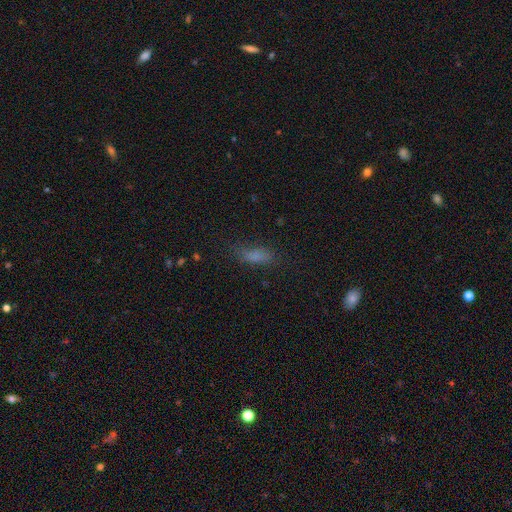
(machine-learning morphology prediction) smooth_or_featured: smooth (p=0.75) [alt: star or artifact p=0.14]
how_rounded: in between (p=0.61) [alt: cigar-shaped p=0.35]
merging: none (p=0.68) [alt: minor disturbance p=0.21]